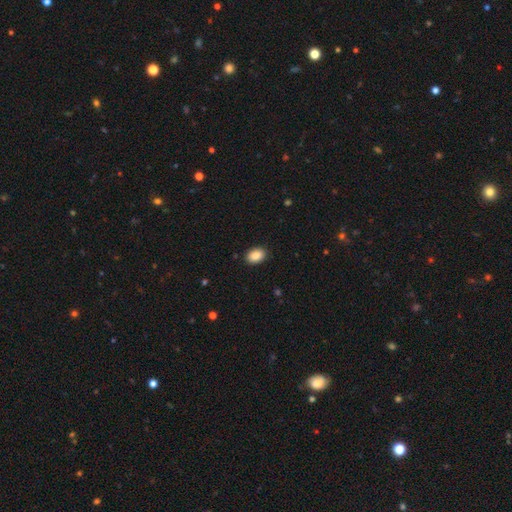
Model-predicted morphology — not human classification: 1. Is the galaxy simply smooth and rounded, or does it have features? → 88% smooth, 8% star or artifact, 4% featured or disk.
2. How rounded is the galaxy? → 78% in between, 21% round, 1% cigar-shaped.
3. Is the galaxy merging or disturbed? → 89% none, 8% minor disturbance, 2% major disturbance, 1% merger.